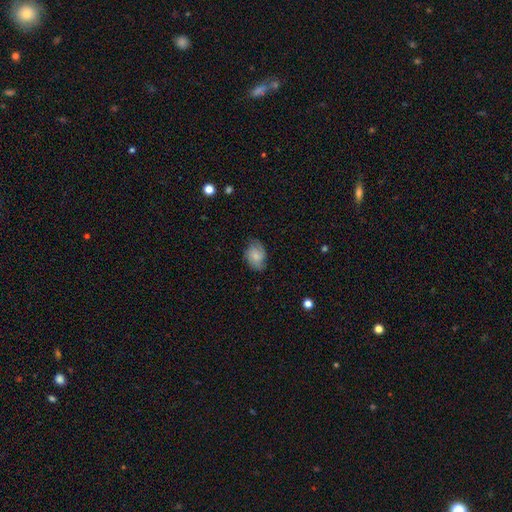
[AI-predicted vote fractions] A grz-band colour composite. It shows a smooth galaxy with no disk features (65%) that is in between round and cigar-shaped (75%). Merging: none (68%).